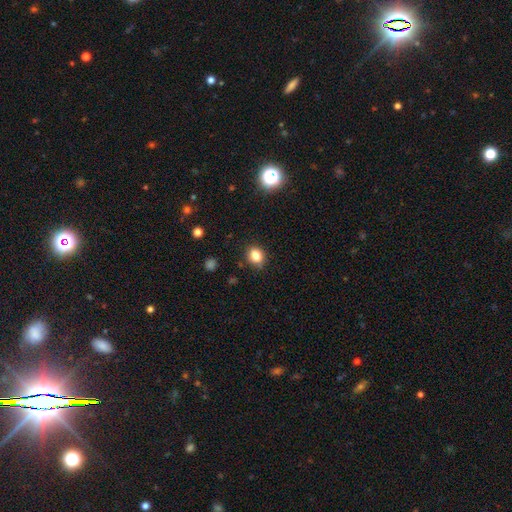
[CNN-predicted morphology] Smooth or featured?
  - smooth: 83% *
  - star or artifact: 12%
  - featured or disk: 6%
How rounded?
  - round: 57% *
  - in between: 42%
  - cigar-shaped: 1%
Merging?
  - none: 85% *
  - minor disturbance: 11%
  - major disturbance: 3%
  - merger: 2%